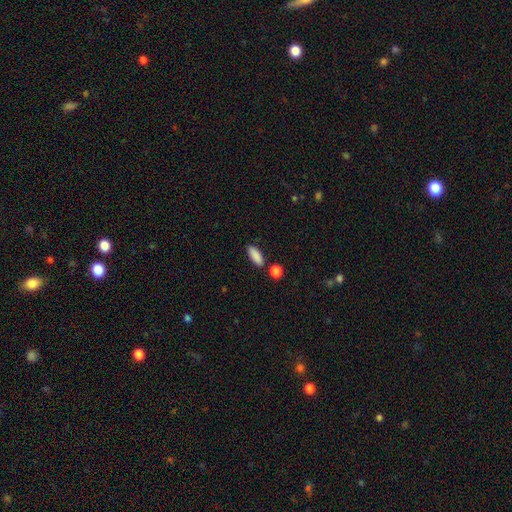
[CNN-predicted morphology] Smooth or featured?
  - smooth: 88% *
  - star or artifact: 7%
  - featured or disk: 4%
How rounded?
  - in between: 74% *
  - cigar-shaped: 23%
  - round: 3%
Merging?
  - none: 81% *
  - minor disturbance: 11%
  - merger: 6%
  - major disturbance: 3%